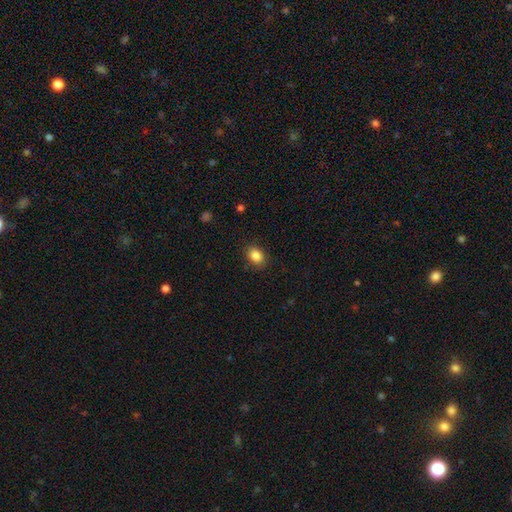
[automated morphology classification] smooth-or-featured: smooth: 86% | star or artifact: 9% | featured or disk: 5%
  how-rounded: in between: 64% | round: 35% | cigar-shaped: 1%
  merging: none: 87% | minor disturbance: 10% | major disturbance: 3% | merger: 1%